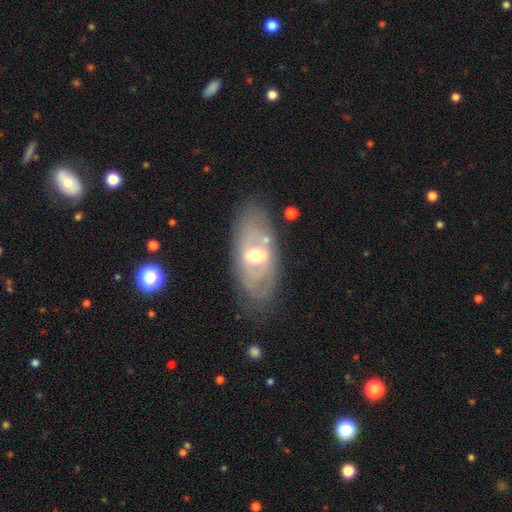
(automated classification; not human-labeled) A featured or disk galaxy (68%) with a weak bar (46%), no spiral arms (55%) and a moderate central bulge (70%). Merging: none (74%).